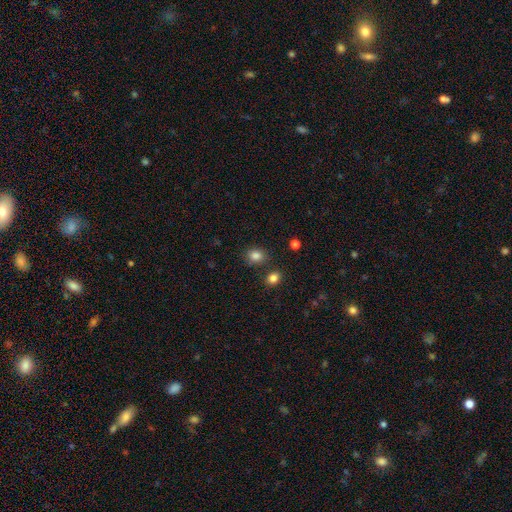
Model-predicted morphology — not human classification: Smooth or featured? Predicted: smooth (p=0.84). How rounded? Predicted: round (p=0.54). Merging? Predicted: none (p=0.78).